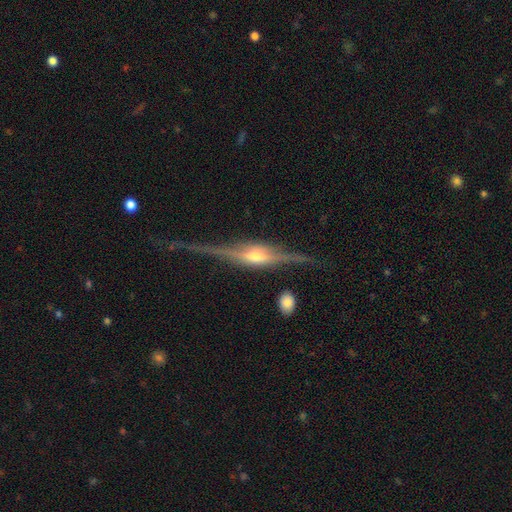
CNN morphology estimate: type=featured or disk (88%); edge-on=yes (97%); edge-on bulge=rounded (80%); merging=none (79%).